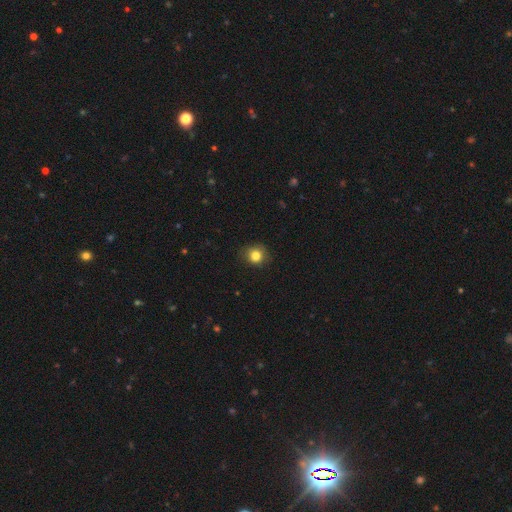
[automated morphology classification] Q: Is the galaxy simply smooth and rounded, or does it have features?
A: smooth — 83%.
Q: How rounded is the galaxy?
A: round — 81%.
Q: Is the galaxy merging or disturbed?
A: none — 82%.